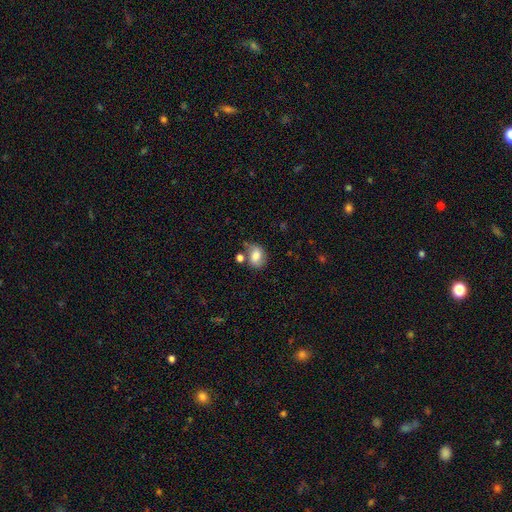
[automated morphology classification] smooth 77%, featured or disk 14%, star or artifact 9%. Down the decision tree: how rounded — in between (65%); merging — none (56%).